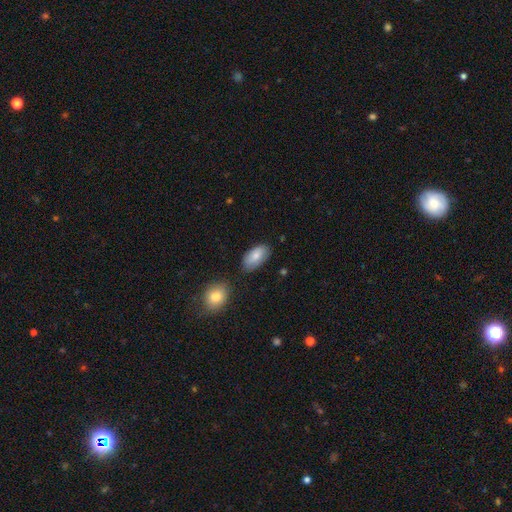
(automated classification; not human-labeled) Morphology: type=smooth (82%); roundness=in between (94%); merging=none (74%).